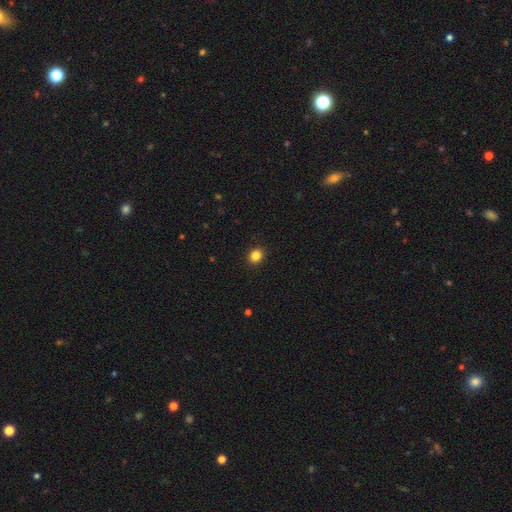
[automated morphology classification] Smooth or featured: smooth — 85% (star or artifact — 11%)
How rounded: round — 67% (in between — 32%)
Merging: none — 92% (minor disturbance — 6%)